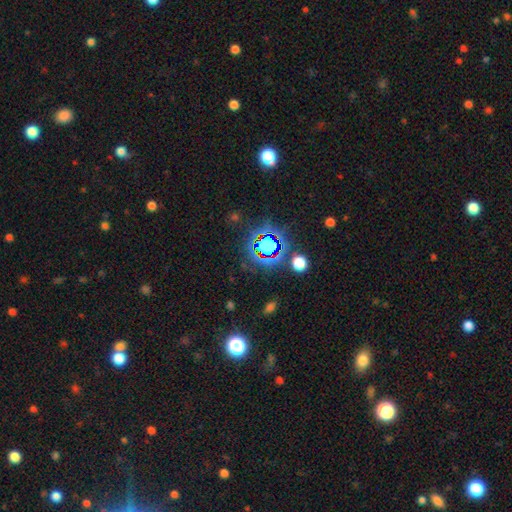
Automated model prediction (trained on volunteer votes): smooth-or-featured: star or artifact: 79% | smooth: 14% | featured or disk: 8%